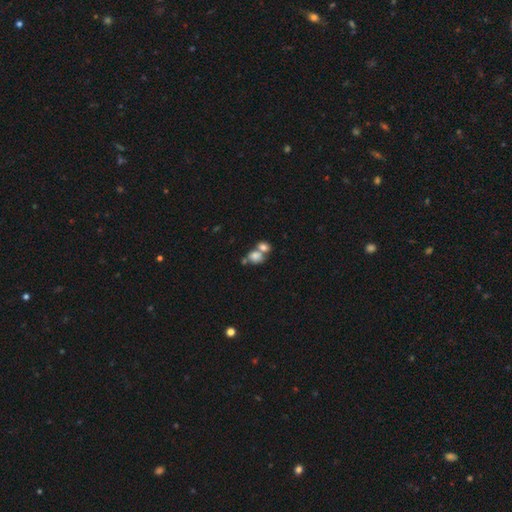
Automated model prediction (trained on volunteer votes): smooth_or_featured: smooth (p=0.75) [alt: featured or disk p=0.14]
how_rounded: round (p=0.50) [alt: in between p=0.48]
merging: merger (p=0.57) [alt: none p=0.29]